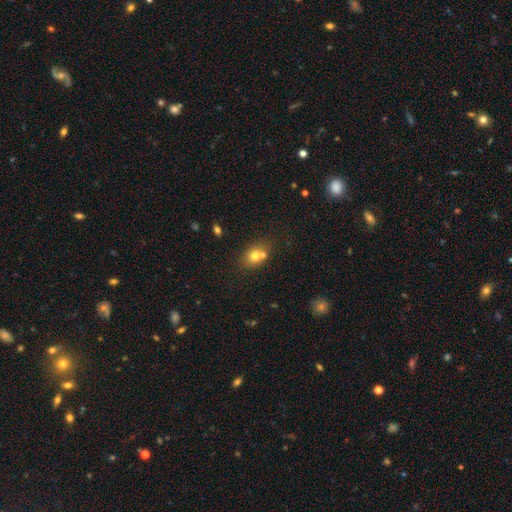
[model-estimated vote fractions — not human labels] smooth_or_featured: smooth (p=0.73) [alt: featured or disk p=0.16]
how_rounded: in between (p=0.58) [alt: round p=0.40]
merging: none (p=0.50) [alt: merger p=0.33]